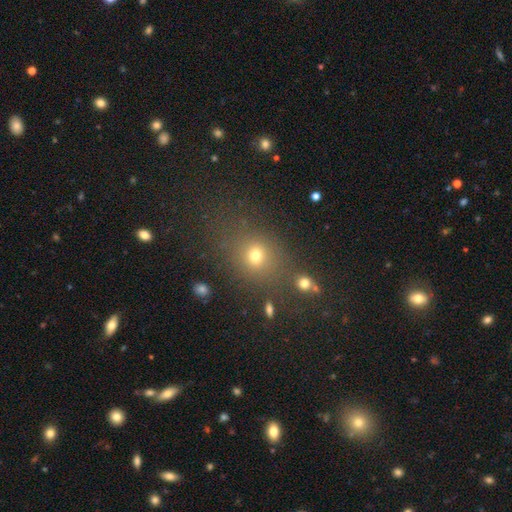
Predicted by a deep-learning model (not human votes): Morphology: type=smooth (69%); roundness=round (63%); merging=none (70%).